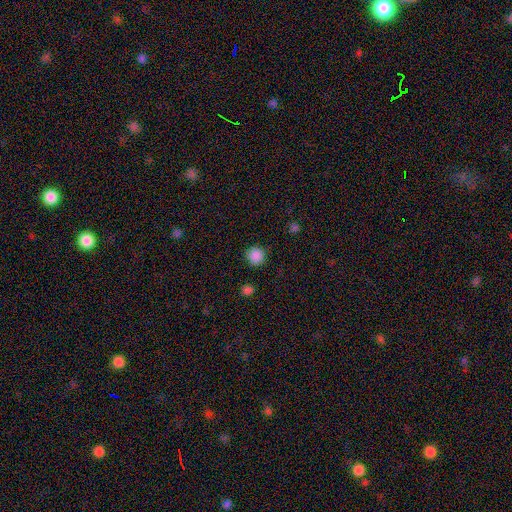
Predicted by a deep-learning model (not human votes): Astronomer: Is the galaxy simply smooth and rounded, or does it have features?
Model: smooth — 87%.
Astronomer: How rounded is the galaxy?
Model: round — 95%.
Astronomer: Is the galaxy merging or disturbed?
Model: none — 90%.